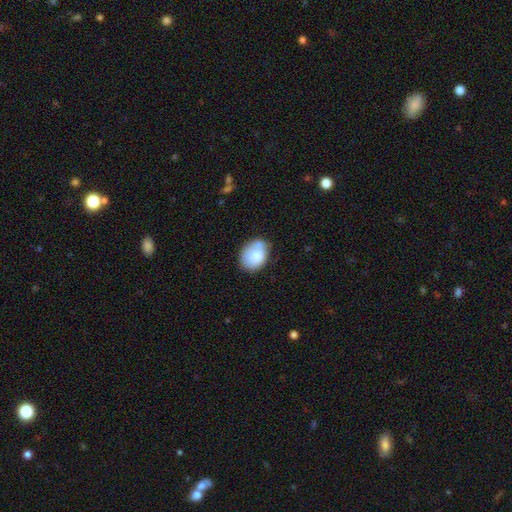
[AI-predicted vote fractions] smooth_or_featured: smooth (p=0.76) [alt: featured or disk p=0.17]
how_rounded: in between (p=0.65) [alt: round p=0.35]
merging: none (p=0.52) [alt: minor disturbance p=0.29]